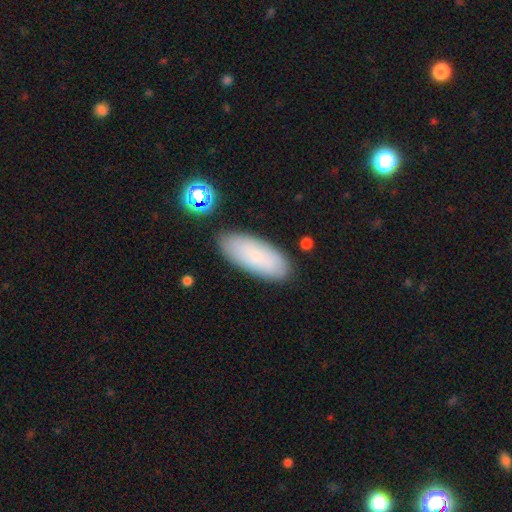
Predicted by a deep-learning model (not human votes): smooth-or-featured: smooth: 77% | featured or disk: 15% | star or artifact: 8%
  how-rounded: in between: 81% | cigar-shaped: 17% | round: 2%
  merging: none: 83% | minor disturbance: 12% | merger: 3% | major disturbance: 3%